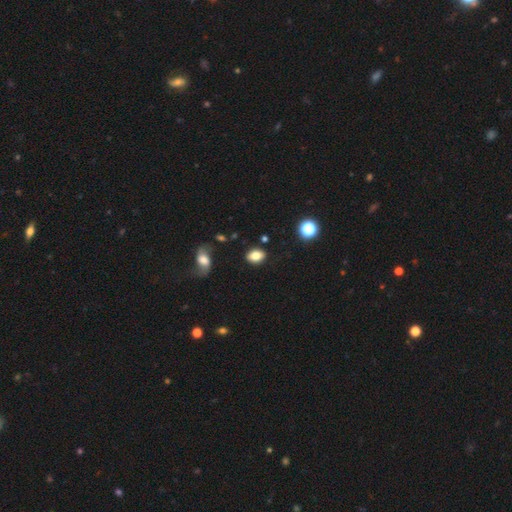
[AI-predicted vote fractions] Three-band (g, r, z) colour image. It shows a smooth galaxy with no disk features (81%) that is in between round and cigar-shaped (72%). Merging: none (85%).